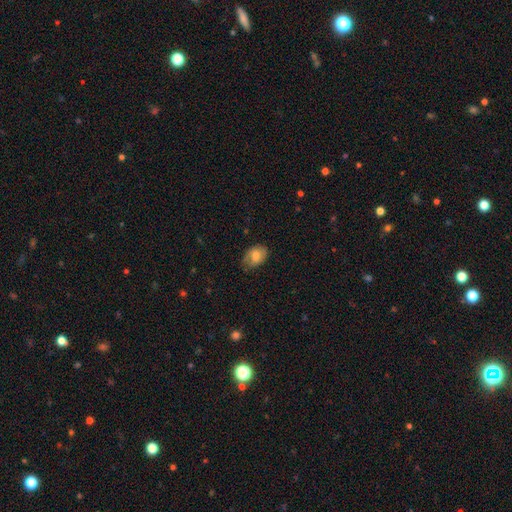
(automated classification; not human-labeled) smooth-or-featured: smooth: 71% | featured or disk: 21% | star or artifact: 8%
  how-rounded: in between: 79% | round: 20% | cigar-shaped: 1%
  merging: none: 68% | minor disturbance: 26% | major disturbance: 6% | merger: 1%